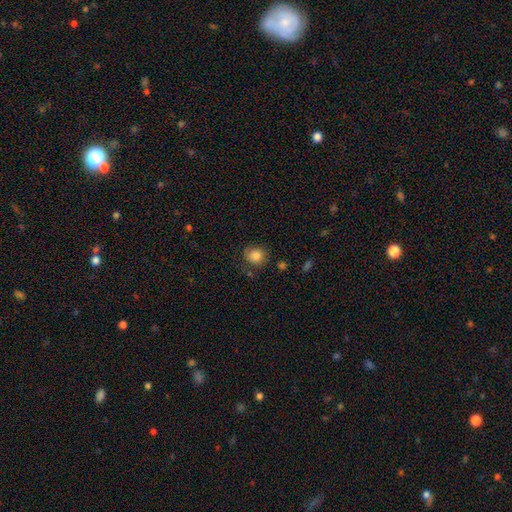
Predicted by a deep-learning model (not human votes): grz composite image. It shows a smooth galaxy with no disk features (85%) that is round (77%). Merging: none (77%).